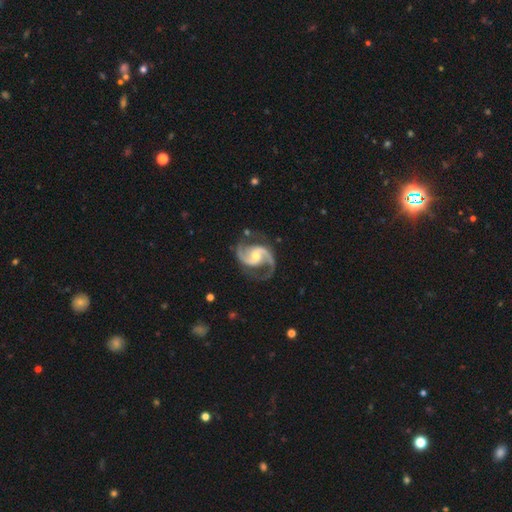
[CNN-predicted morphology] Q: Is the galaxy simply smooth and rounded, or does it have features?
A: featured or disk — 93%.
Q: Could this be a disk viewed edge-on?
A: no — 98%.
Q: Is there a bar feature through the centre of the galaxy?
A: no — 45%.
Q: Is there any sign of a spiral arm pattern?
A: yes — 98%.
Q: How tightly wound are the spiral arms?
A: medium — 61%.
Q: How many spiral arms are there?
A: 2 — 94%.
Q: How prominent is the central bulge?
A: moderate — 59%.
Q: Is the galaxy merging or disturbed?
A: none — 76%.